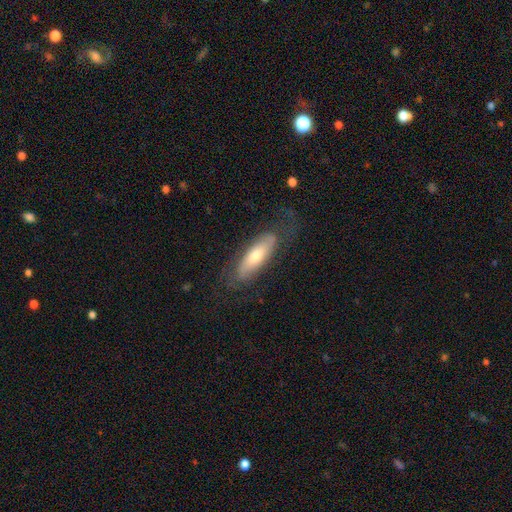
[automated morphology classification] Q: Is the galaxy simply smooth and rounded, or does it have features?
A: smooth — 49%.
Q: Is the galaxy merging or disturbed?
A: none — 66%.